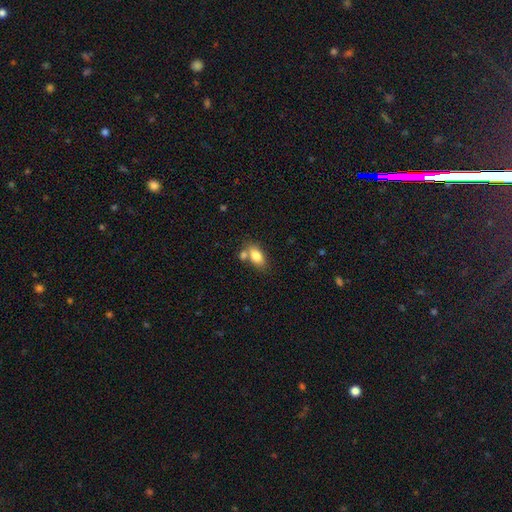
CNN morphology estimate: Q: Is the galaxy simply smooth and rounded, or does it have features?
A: smooth — 82%.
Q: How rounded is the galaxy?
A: in between — 88%.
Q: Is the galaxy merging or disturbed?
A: none — 54%.